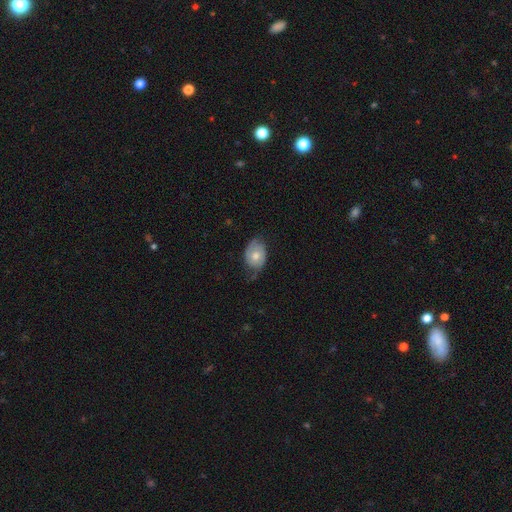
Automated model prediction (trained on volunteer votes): A smooth galaxy with no disk features (50%).

Vote fractions:
- Smooth or featured? smooth: 50% / featured or disk: 43% / star or artifact: 7%
- Merging? none: 49% / minor disturbance: 34% / major disturbance: 15% / merger: 2%